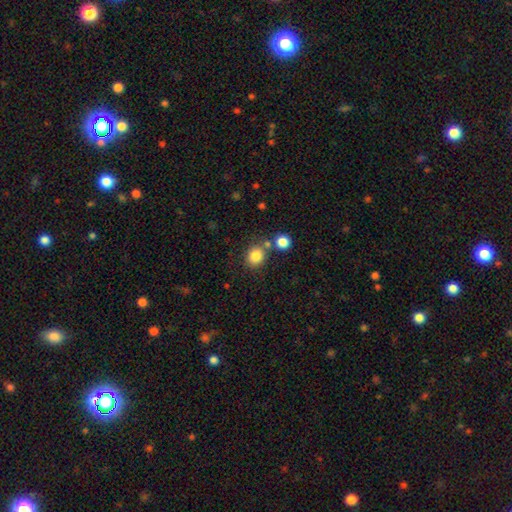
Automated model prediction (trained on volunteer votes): smooth_or_featured: smooth (p=0.83) [alt: star or artifact p=0.11]
how_rounded: round (p=0.76) [alt: in between p=0.23]
merging: none (p=0.73) [alt: merger p=0.15]